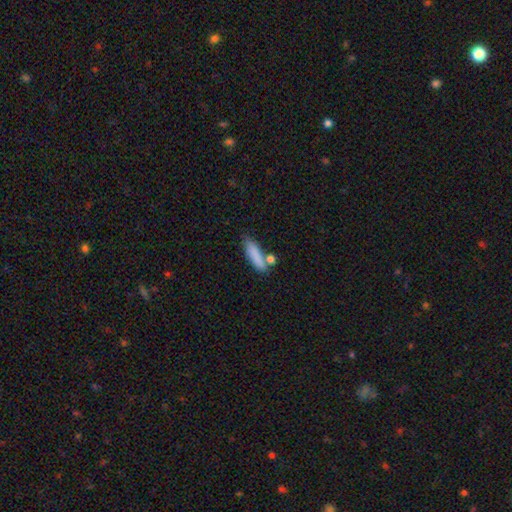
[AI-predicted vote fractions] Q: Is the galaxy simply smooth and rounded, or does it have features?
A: smooth — 83%.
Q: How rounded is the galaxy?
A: cigar-shaped — 60%.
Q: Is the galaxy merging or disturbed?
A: none — 63%.